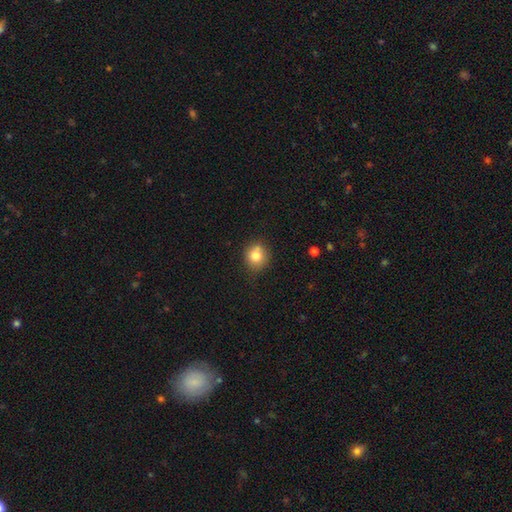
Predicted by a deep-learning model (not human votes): Smooth or featured? smooth (79%)
How rounded? round (81%)
Merging? none (74%)